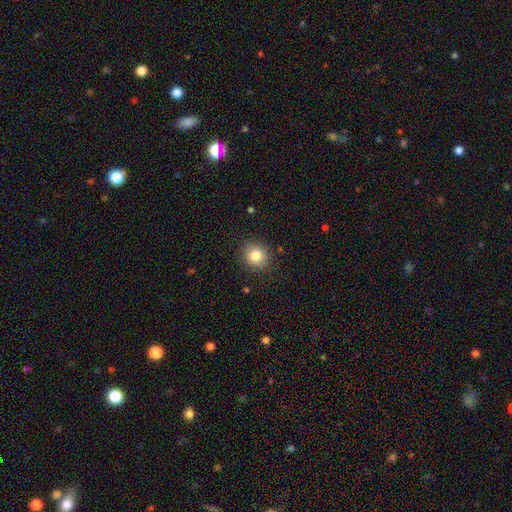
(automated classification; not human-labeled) smooth 82%, star or artifact 11%, featured or disk 7%. Down the decision tree: how rounded — round (89%); merging — none (89%).